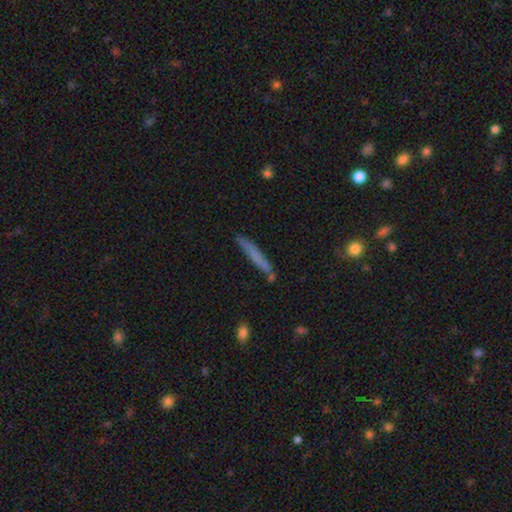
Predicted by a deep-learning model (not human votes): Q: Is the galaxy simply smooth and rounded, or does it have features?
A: smooth — 66%.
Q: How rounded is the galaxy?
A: cigar-shaped — 95%.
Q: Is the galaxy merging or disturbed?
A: none — 82%.